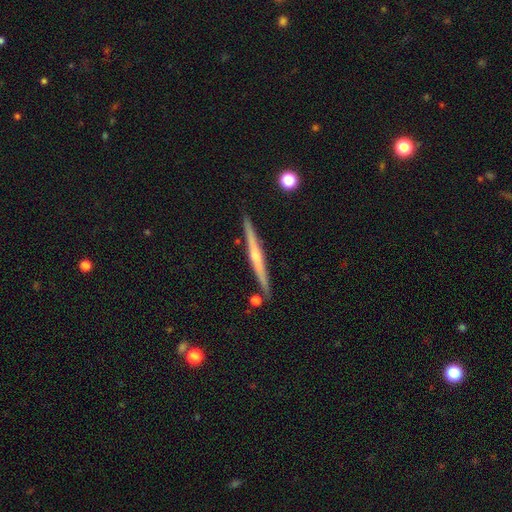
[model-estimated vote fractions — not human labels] smooth_or_featured: featured or disk (p=0.78) [alt: smooth p=0.16]
disk_edge_on: yes (p=0.98) [alt: no p=0.02]
edge_on_bulge: rounded (p=0.73) [alt: none p=0.21]
merging: none (p=0.87) [alt: minor disturbance p=0.09]